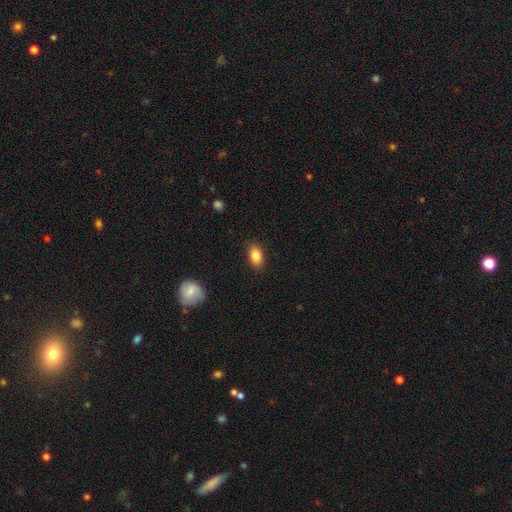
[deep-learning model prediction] Morphology: type=smooth (85%); roundness=in between (88%); merging=none (88%).